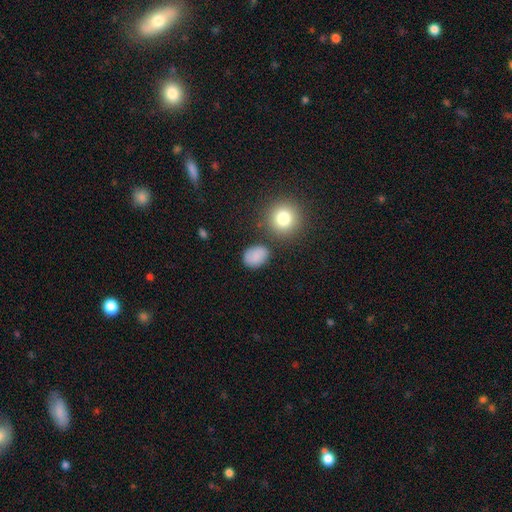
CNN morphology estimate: Overall: smooth (83%). How rounded: in between (61%; round 38%). Merging: none (74%).